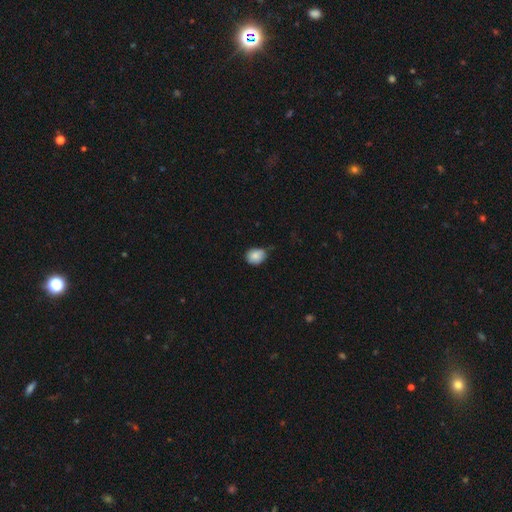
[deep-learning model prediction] The model was most divided on "how rounded": round: 56%, in between: 43%, cigar-shaped: 1%. More confident: smooth or featured — smooth (83%); merging — none (53%).